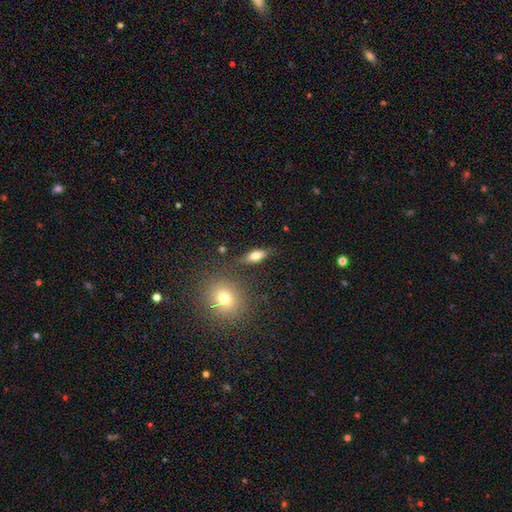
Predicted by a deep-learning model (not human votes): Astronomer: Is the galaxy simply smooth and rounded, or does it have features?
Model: smooth — 66%.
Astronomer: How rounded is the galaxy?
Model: in between — 68%.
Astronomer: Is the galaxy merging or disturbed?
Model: none — 80%.